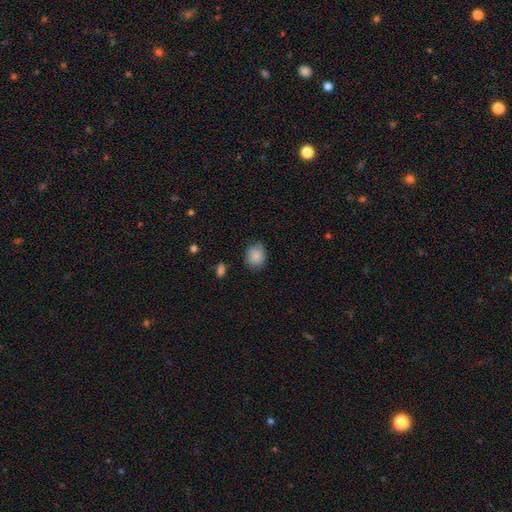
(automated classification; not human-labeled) Smooth or featured?
  - smooth: 85% *
  - star or artifact: 8%
  - featured or disk: 7%
How rounded?
  - round: 66% *
  - in between: 33%
  - cigar-shaped: 1%
Merging?
  - none: 73% *
  - minor disturbance: 21%
  - major disturbance: 4%
  - merger: 2%